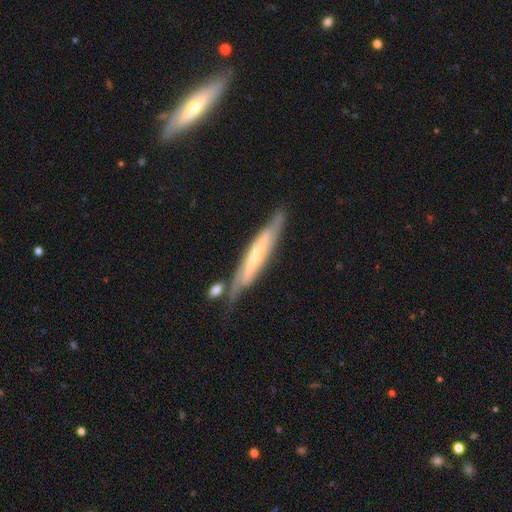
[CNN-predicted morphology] type=featured or disk (67%); edge-on=yes (73%); merging=none (61%).